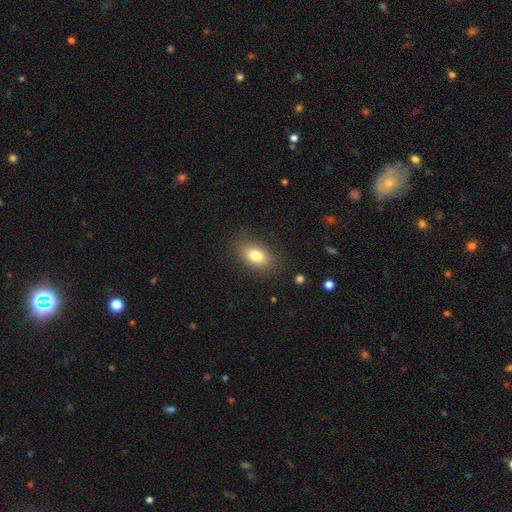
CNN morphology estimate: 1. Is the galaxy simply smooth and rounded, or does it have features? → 80% smooth, 11% featured or disk, 9% star or artifact.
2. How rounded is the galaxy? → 82% in between, 16% round, 1% cigar-shaped.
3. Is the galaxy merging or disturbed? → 83% none, 12% minor disturbance, 4% major disturbance, 1% merger.